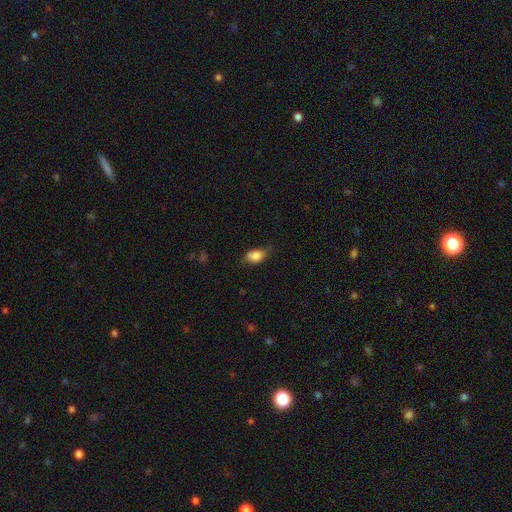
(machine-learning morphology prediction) smooth 83%, featured or disk 9%, star or artifact 9%. Down the decision tree: how rounded — in between (79%); merging — none (51%).